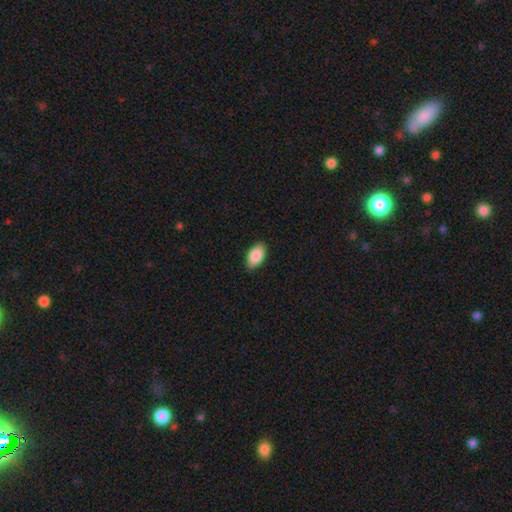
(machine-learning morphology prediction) type=smooth (86%); roundness=in between (94%); merging=none (88%).